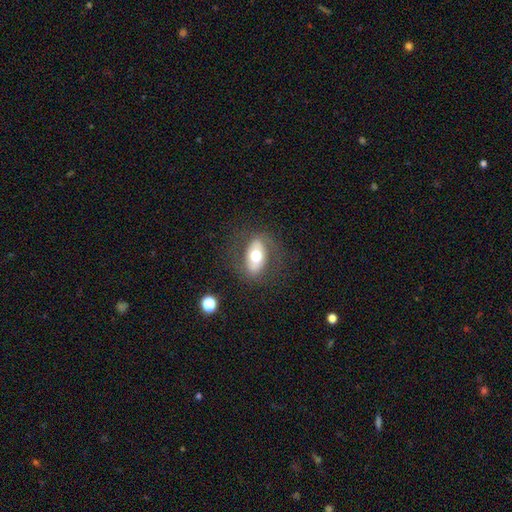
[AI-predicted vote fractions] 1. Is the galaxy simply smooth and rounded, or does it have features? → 51% smooth, 41% featured or disk, 8% star or artifact.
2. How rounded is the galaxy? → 87% in between, 10% round, 4% cigar-shaped.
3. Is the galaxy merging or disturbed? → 75% none, 14% minor disturbance, 9% major disturbance, 1% merger.